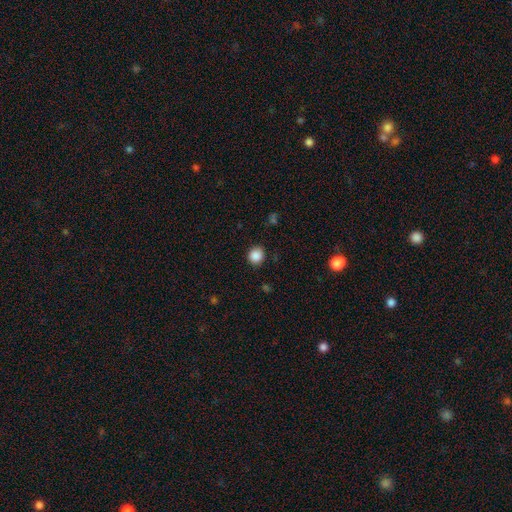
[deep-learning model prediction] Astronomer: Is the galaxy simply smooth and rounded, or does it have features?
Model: smooth — 87%.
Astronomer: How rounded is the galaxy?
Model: round — 86%.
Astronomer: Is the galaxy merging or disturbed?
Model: none — 89%.